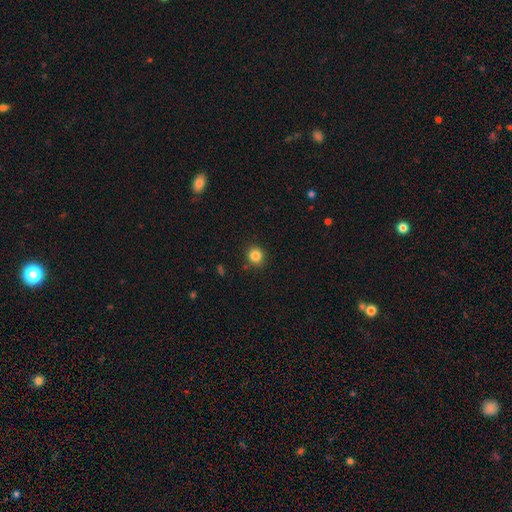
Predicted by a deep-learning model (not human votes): This appears to be a smooth galaxy with no disk features (84%) that is round (89%). Merging: none (89%).